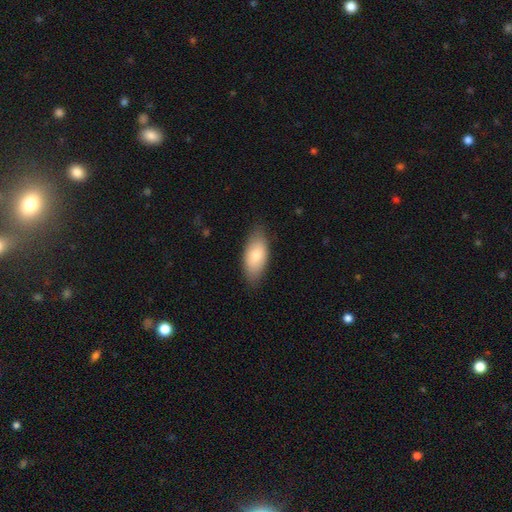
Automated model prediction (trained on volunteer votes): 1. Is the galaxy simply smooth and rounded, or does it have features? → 80% smooth, 14% featured or disk, 6% star or artifact.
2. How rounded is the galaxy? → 90% in between, 8% cigar-shaped, 2% round.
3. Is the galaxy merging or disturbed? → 81% none, 15% minor disturbance, 3% major disturbance, 1% merger.